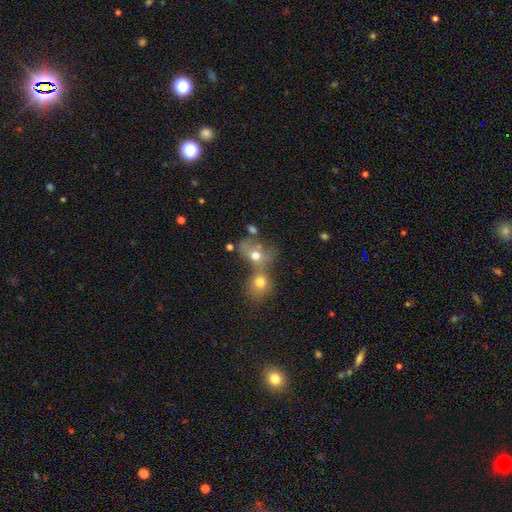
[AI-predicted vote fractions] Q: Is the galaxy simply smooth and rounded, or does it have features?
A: smooth — 67%.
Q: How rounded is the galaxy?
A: round — 54%.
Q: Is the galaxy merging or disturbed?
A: merger — 66%.